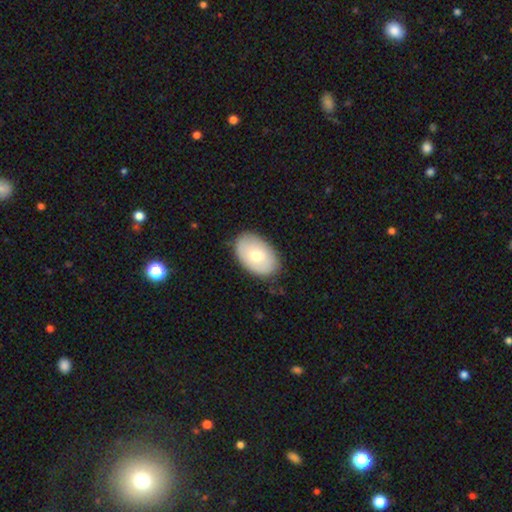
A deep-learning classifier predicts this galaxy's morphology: smooth 68%, featured or disk 26%, star or artifact 6%. Down the decision tree: how rounded — in between (91%); merging — none (85%).